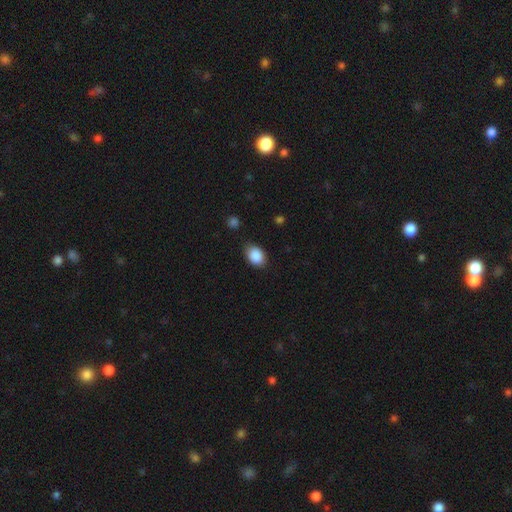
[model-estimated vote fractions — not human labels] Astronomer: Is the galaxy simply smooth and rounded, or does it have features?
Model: smooth — 89%.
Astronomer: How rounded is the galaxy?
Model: in between — 75%.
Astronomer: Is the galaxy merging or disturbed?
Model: none — 80%.